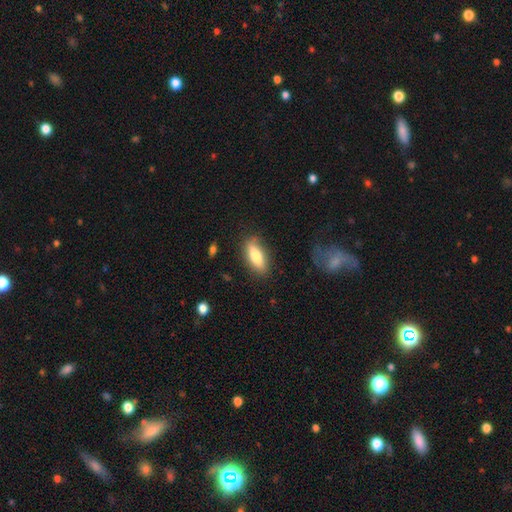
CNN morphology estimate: Q: Smooth or featured?
A: smooth (77%); runner-up: featured or disk (17%)
Q: How rounded?
A: in between (69%); runner-up: cigar-shaped (29%)
Q: Merging?
A: none (82%); runner-up: minor disturbance (13%)